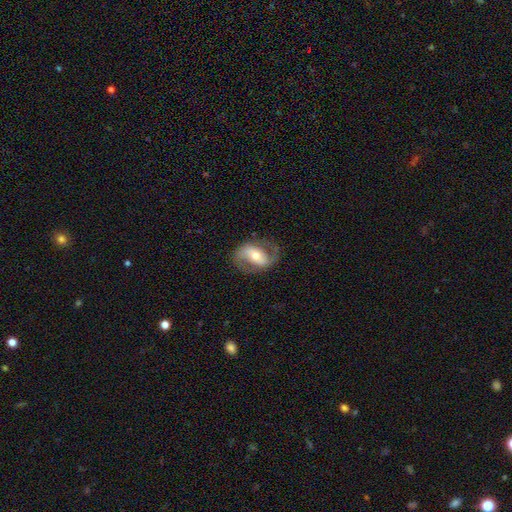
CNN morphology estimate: Smooth or featured? featured or disk (79%)
Edge-on disk? no (96%)
Bar? weak (36%)
Spiral arms? yes (90%)
Spiral winding? medium (44%)
Spiral arm count? 2 (89%)
Bulge size? moderate (60%)
Merging? none (75%)